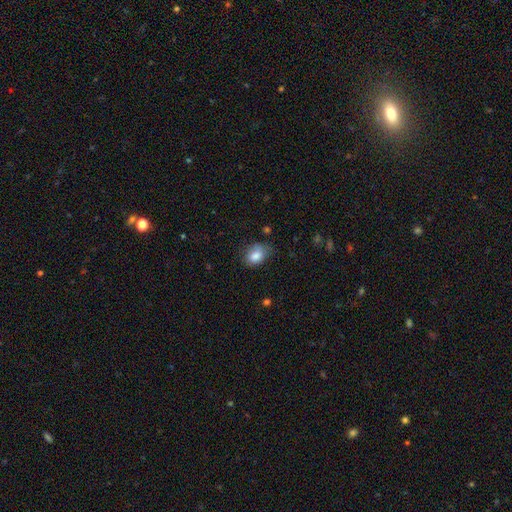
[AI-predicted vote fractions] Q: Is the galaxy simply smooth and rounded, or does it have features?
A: smooth — 82%.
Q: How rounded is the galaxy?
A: in between — 69%.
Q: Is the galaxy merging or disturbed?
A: none — 60%.